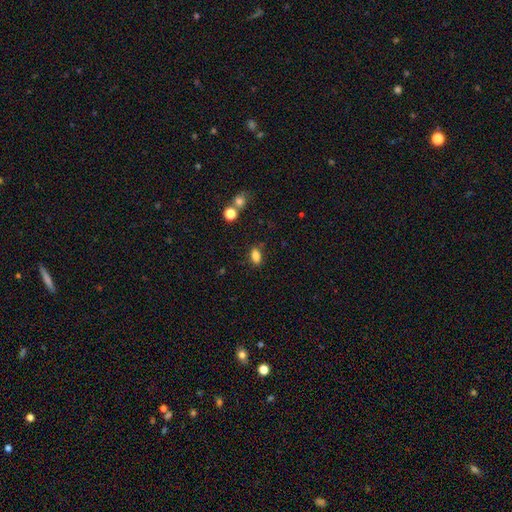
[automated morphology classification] Smooth or featured? Predicted: smooth (p=0.84). How rounded? Predicted: in between (p=0.86). Merging? Predicted: none (p=0.81).